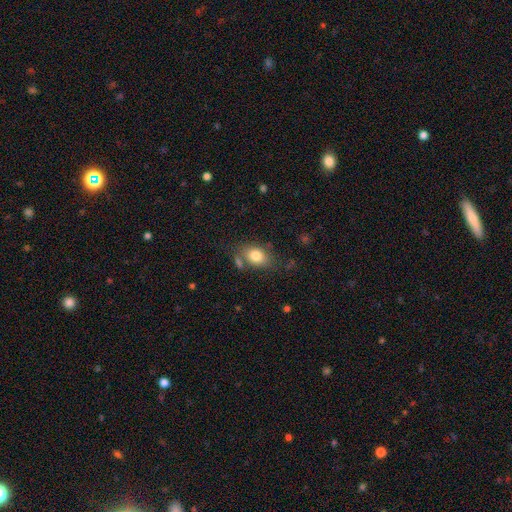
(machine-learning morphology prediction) smooth 80%, featured or disk 11%, star or artifact 9%. Down the decision tree: how rounded — in between (76%); merging — none (66%).